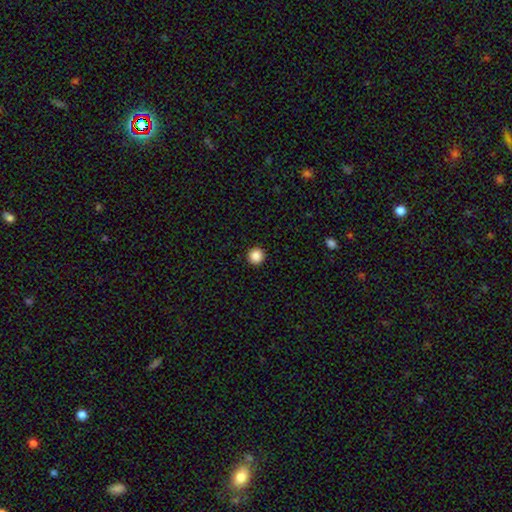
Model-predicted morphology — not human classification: Overall: smooth (87%). How rounded: round (96%). Merging: none (94%).